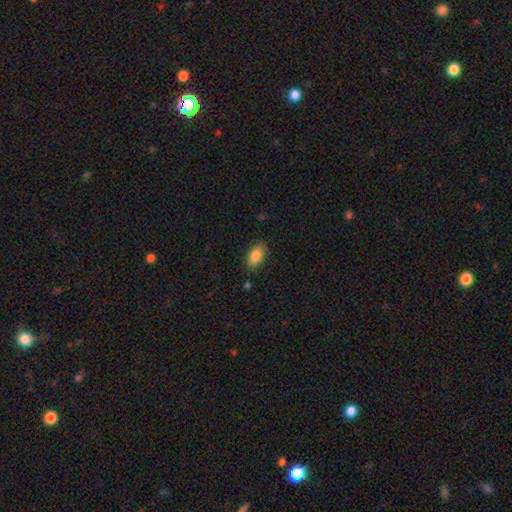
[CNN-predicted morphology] This appears to be a smooth galaxy with no disk features (85%) that is in between round and cigar-shaped (90%). Merging: none (85%).